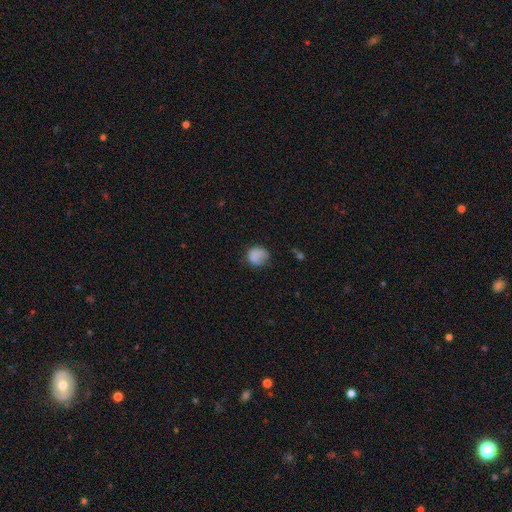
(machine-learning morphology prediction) This appears to be a smooth galaxy with no disk features (83%) that is round (78%). Merging: none (61%).